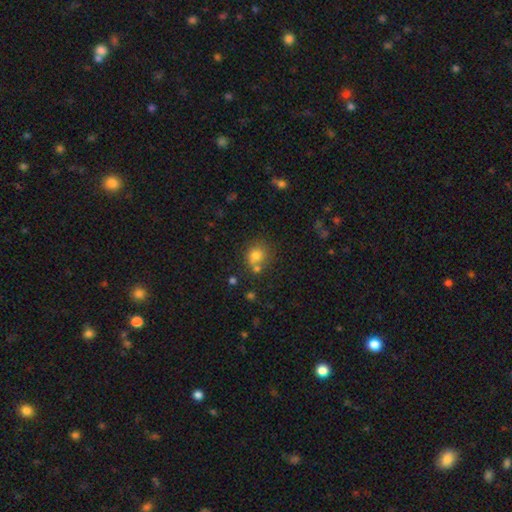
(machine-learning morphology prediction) Smooth or featured?
  - smooth: 75% *
  - star or artifact: 13%
  - featured or disk: 12%
How rounded?
  - round: 73% *
  - in between: 26%
  - cigar-shaped: 1%
Merging?
  - none: 55% *
  - merger: 25%
  - minor disturbance: 14%
  - major disturbance: 5%